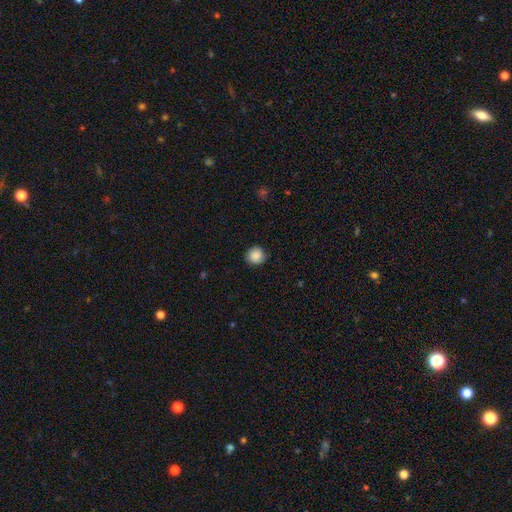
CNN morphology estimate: Q: Smooth or featured?
A: smooth (87%); runner-up: star or artifact (9%)
Q: How rounded?
A: round (91%); runner-up: in between (9%)
Q: Merging?
A: none (87%); runner-up: minor disturbance (10%)